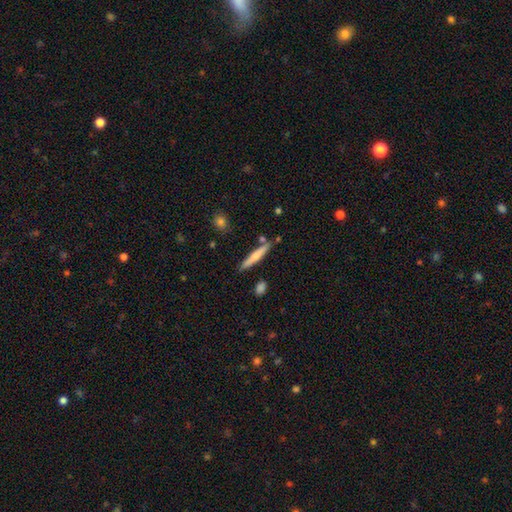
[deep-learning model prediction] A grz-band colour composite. It shows a smooth galaxy with no disk features (55%) that is cigar-shaped (92%). Merging: none (82%).